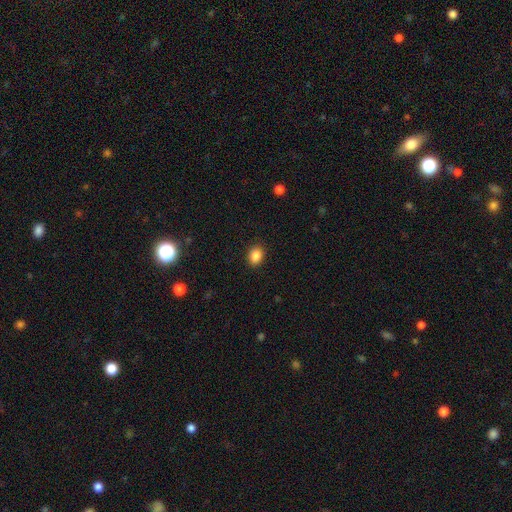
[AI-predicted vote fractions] Smooth or featured? Predicted: smooth (p=0.87). How rounded? Predicted: in between (p=0.64). Merging? Predicted: none (p=0.90).